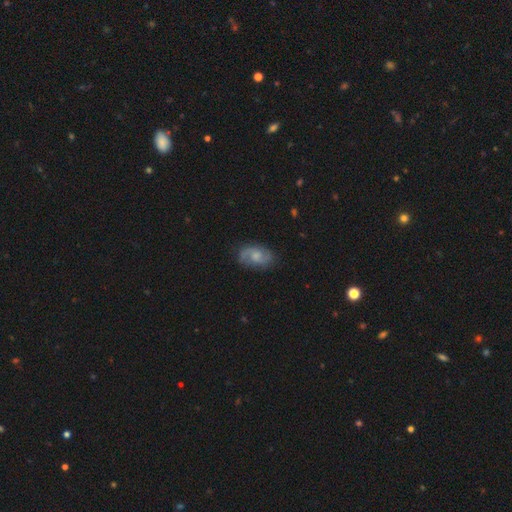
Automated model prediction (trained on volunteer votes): Smooth or featured? featured or disk (75%)
Edge-on disk? no (97%)
Bar? no (57%)
Spiral arms? yes (95%)
Spiral winding? medium (50%)
Spiral arm count? 2 (89%)
Bulge size? moderate (45%)
Merging? none (81%)